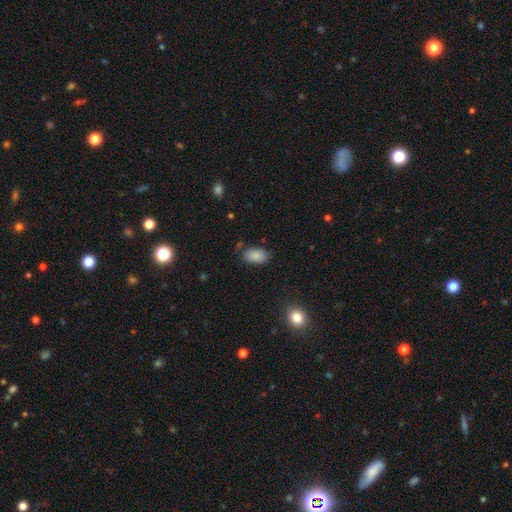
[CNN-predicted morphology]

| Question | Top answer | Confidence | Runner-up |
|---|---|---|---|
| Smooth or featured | smooth | 87% | star or artifact (8%) |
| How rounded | in between | 93% | round (5%) |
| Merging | none | 78% | minor disturbance (15%) |